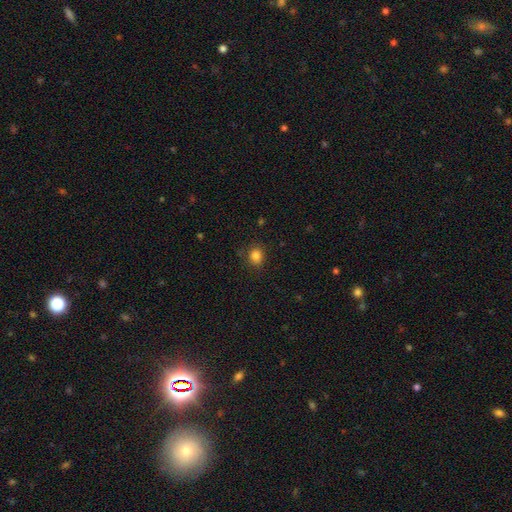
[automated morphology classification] smooth 83%, star or artifact 12%, featured or disk 5%. Down the decision tree: how rounded — round (69%); merging — none (82%).